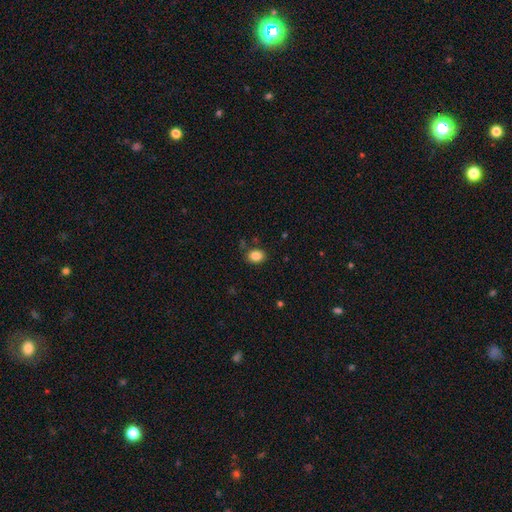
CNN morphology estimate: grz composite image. It shows a smooth galaxy with no disk features (86%) that is in between round and cigar-shaped (64%). Merging: none (84%).